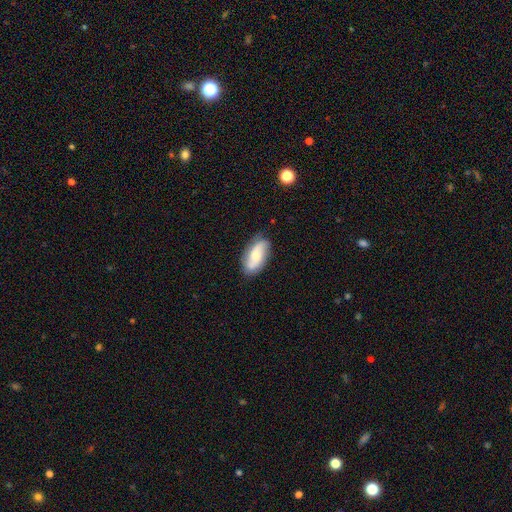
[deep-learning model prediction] The model was most divided on "smooth or featured": featured or disk: 51%, smooth: 42%, star or artifact: 7%. More confident: edge-on disk — no (92%); merging — none (76%).